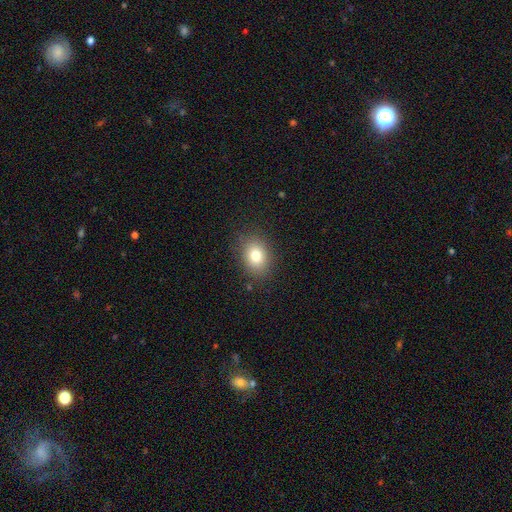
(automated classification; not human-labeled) Q: Smooth or featured?
A: smooth (79%); runner-up: star or artifact (11%)
Q: How rounded?
A: in between (62%); runner-up: round (37%)
Q: Merging?
A: none (84%); runner-up: minor disturbance (11%)